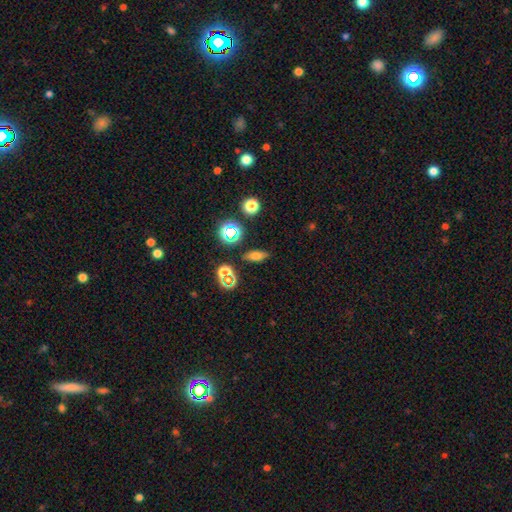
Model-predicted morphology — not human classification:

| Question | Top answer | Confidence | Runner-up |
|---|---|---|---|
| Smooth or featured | smooth | 62% | star or artifact (20%) |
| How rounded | in between | 62% | cigar-shaped (26%) |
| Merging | none | 84% | minor disturbance (10%) |